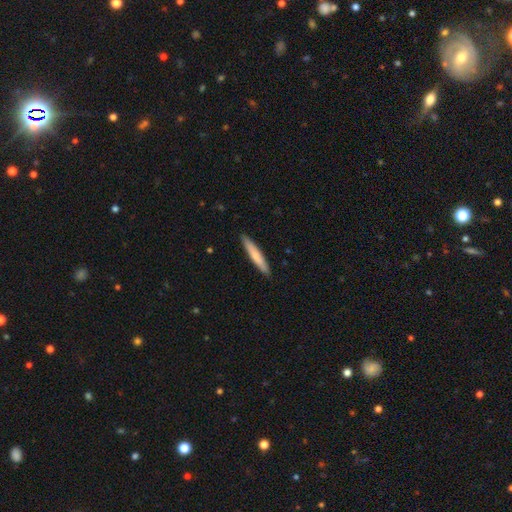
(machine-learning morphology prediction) Q: Smooth or featured?
A: smooth (72%); runner-up: featured or disk (23%)
Q: How rounded?
A: cigar-shaped (94%); runner-up: in between (5%)
Q: Merging?
A: none (92%); runner-up: minor disturbance (6%)